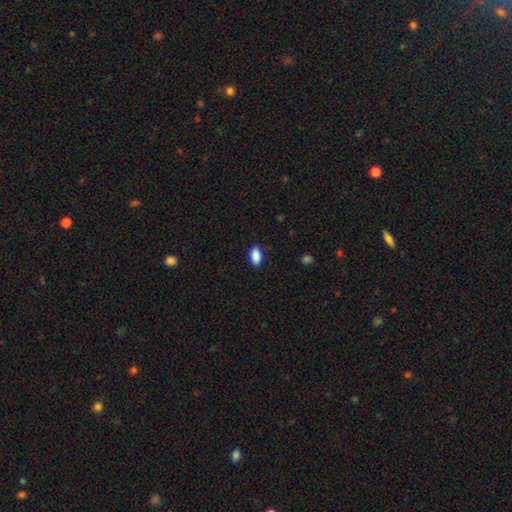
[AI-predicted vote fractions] A smooth galaxy with no disk features (89%) that is in between round and cigar-shaped (93%). Merging: none (87%).